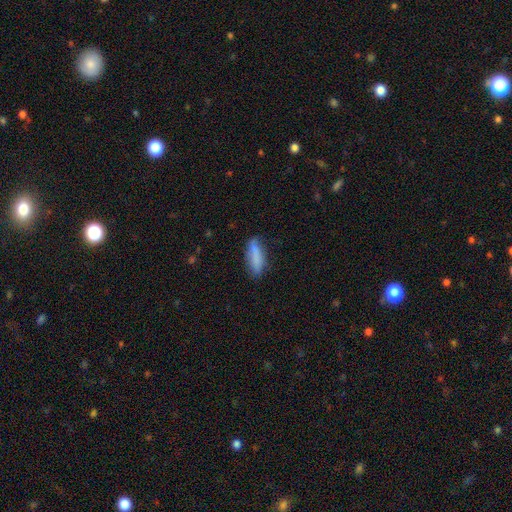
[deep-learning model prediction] smooth_or_featured: smooth (p=0.80) [alt: featured or disk p=0.13]
how_rounded: cigar-shaped (p=0.56) [alt: in between p=0.42]
merging: none (p=0.69) [alt: minor disturbance p=0.23]